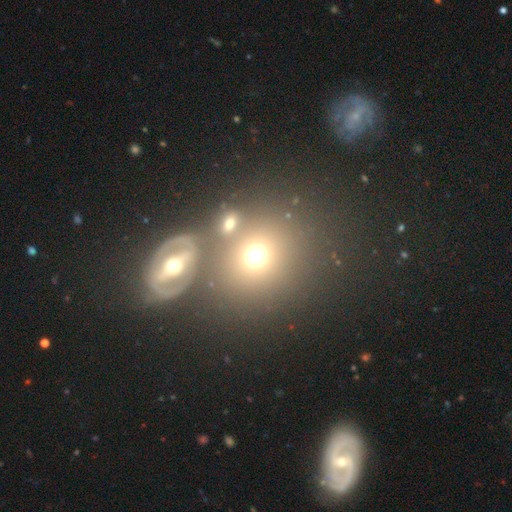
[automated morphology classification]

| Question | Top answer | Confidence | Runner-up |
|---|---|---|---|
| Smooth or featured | smooth | 68% | star or artifact (16%) |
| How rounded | round | 76% | in between (23%) |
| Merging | none | 54% | merger (31%) |